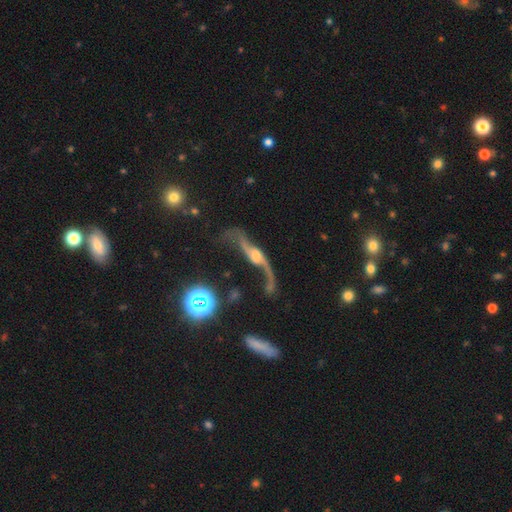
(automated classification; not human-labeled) featured or disk 85%, star or artifact 8%, smooth 7%. Down the decision tree: edge-on disk — no (78%); bar — no (48%); spiral arms — yes (94%); spiral arm count — 2 (92%); spiral winding — loose (94%); bulge size — moderate (43%); merging — none (57%).